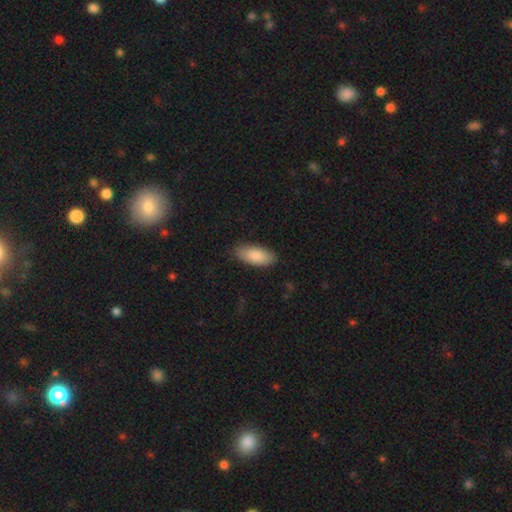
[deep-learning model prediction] The model was most divided on "how rounded": in between: 84%, cigar-shaped: 14%, round: 2%. More confident: smooth or featured — smooth (87%); merging — none (84%).